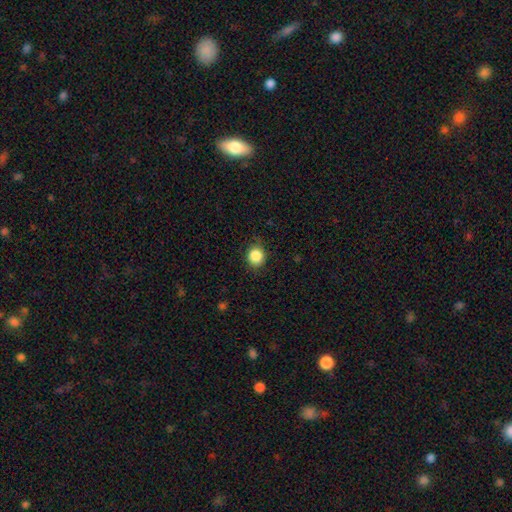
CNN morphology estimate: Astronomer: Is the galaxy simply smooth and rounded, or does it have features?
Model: smooth — 87%.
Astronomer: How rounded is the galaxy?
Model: round — 82%.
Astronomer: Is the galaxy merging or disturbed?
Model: none — 84%.